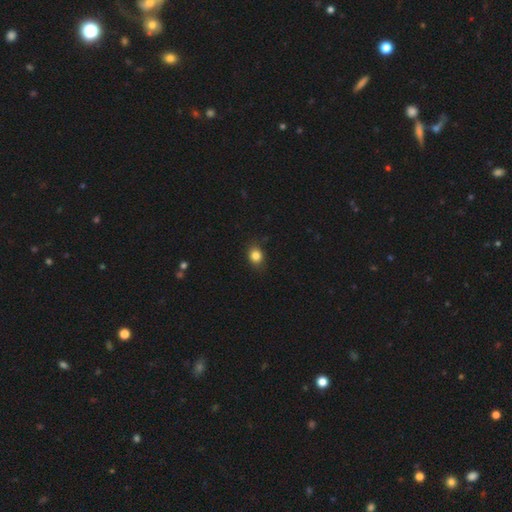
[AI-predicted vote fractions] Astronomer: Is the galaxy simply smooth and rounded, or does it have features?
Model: smooth — 83%.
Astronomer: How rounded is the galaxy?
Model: round — 55% (runner-up: in between, 44%).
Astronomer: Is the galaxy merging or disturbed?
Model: none — 82%.